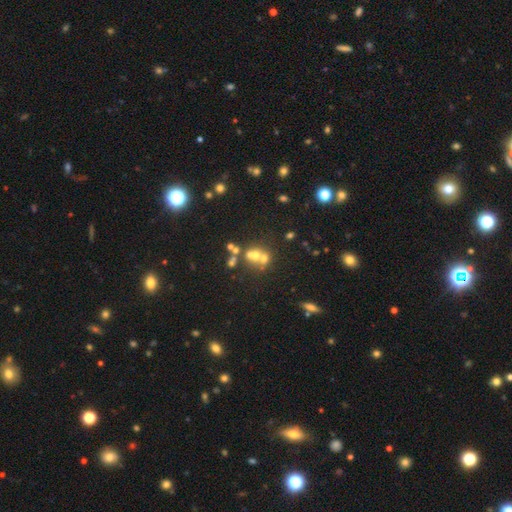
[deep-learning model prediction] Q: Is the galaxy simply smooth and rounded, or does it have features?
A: smooth — 48%.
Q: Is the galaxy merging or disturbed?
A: merger — 51%.